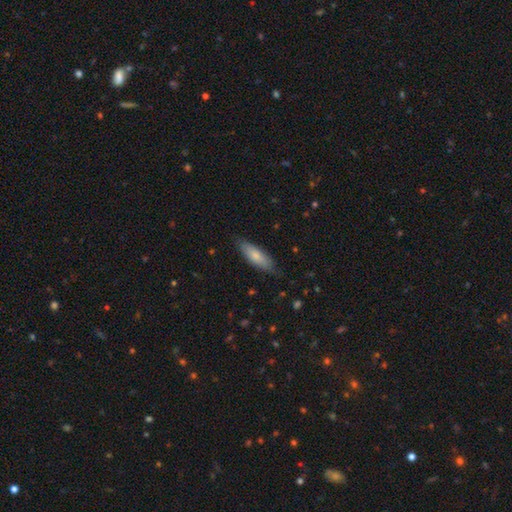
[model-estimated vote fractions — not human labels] smooth 76%, featured or disk 18%, star or artifact 5%. Down the decision tree: how rounded — in between (58%); merging — none (78%).